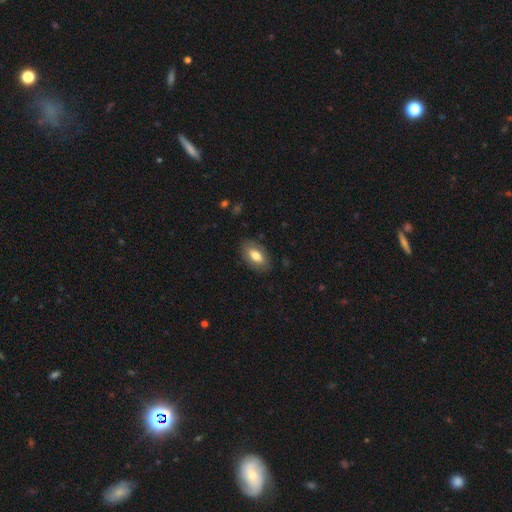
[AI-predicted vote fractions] Smooth or featured: smooth — 76% (featured or disk — 17%)
How rounded: in between — 92% (cigar-shaped — 4%)
Merging: none — 85% (minor disturbance — 11%)